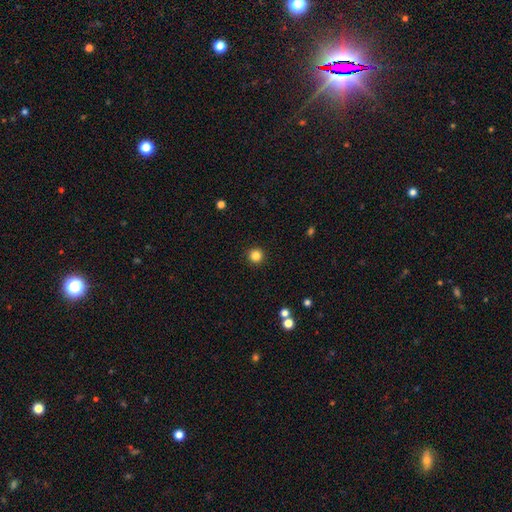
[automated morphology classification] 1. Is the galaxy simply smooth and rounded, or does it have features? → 84% smooth, 12% star or artifact, 4% featured or disk.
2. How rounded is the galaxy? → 96% round, 3% in between, 1% cigar-shaped.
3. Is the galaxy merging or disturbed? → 93% none, 4% minor disturbance, 2% major disturbance, 1% merger.